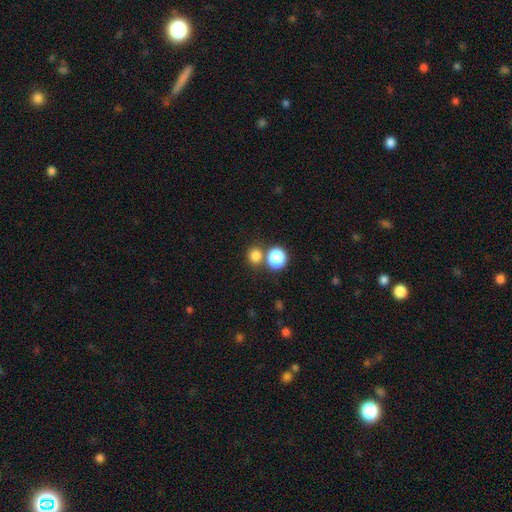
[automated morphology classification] Smooth or featured? smooth (79%)
How rounded? round (86%)
Merging? none (68%)